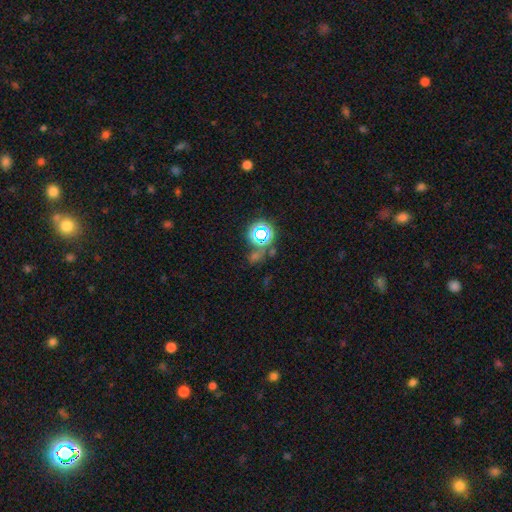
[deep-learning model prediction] star or artifact 60%, smooth 30%, featured or disk 10%.